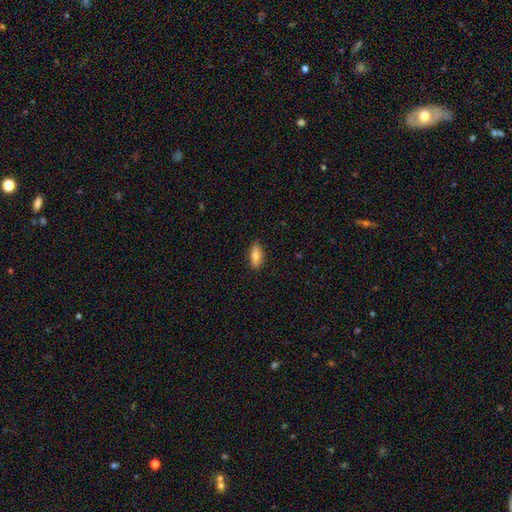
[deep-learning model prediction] A smooth galaxy with no disk features (73%) that is in between round and cigar-shaped (71%).

Vote fractions:
- Smooth or featured? smooth: 73% / featured or disk: 20% / star or artifact: 7%
- How rounded? in between: 71% / cigar-shaped: 26% / round: 3%
- Merging? none: 87% / minor disturbance: 10% / major disturbance: 2% / merger: 1%